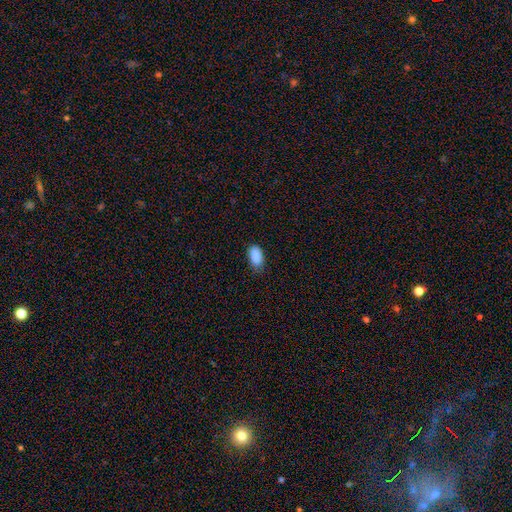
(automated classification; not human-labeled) A smooth galaxy with no disk features (89%) that is in between round and cigar-shaped (93%).

Vote fractions:
- Smooth or featured? smooth: 89% / star or artifact: 8% / featured or disk: 3%
- How rounded? in between: 93% / round: 4% / cigar-shaped: 2%
- Merging? none: 75% / minor disturbance: 21% / major disturbance: 3% / merger: 1%